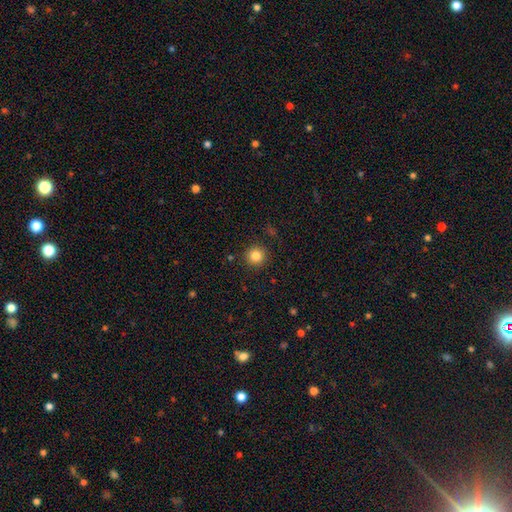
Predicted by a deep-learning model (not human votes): smooth-or-featured: smooth: 84% | star or artifact: 11% | featured or disk: 5%
  how-rounded: round: 95% | in between: 4% | cigar-shaped: 1%
  merging: none: 91% | minor disturbance: 6% | major disturbance: 2% | merger: 1%